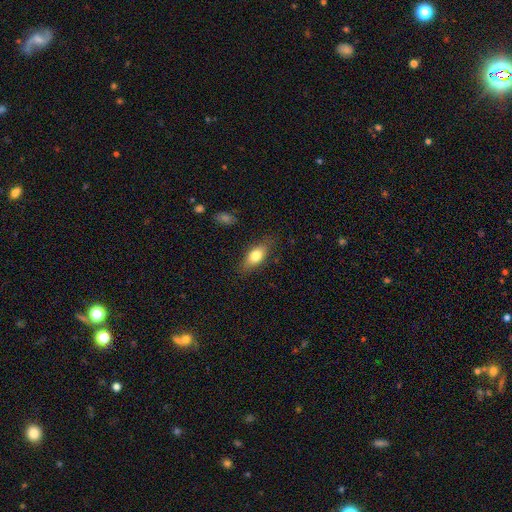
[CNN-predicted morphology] smooth_or_featured: smooth (p=0.76) [alt: featured or disk p=0.17]
how_rounded: in between (p=0.82) [alt: cigar-shaped p=0.13]
merging: none (p=0.82) [alt: minor disturbance p=0.14]